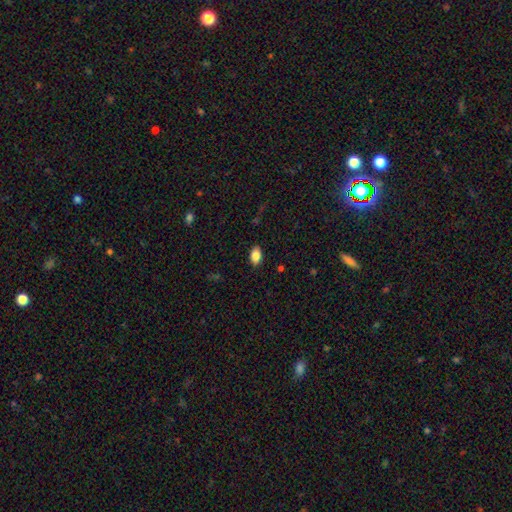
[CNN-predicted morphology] A smooth galaxy with no disk features (85%) that is in between round and cigar-shaped (89%).

Vote fractions:
- Smooth or featured? smooth: 85% / star or artifact: 8% / featured or disk: 6%
- How rounded? in between: 89% / round: 10% / cigar-shaped: 2%
- Merging? none: 87% / minor disturbance: 9% / major disturbance: 2% / merger: 1%